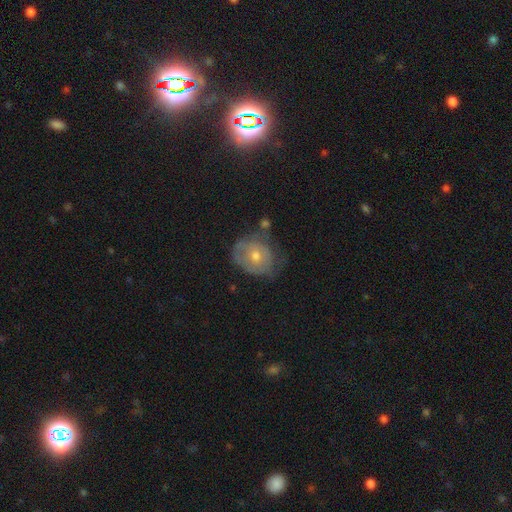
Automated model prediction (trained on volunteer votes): Smooth or featured? Predicted: featured or disk (p=0.53). Edge-on disk? Predicted: no (p=0.96). Bar? Predicted: no (p=0.78). Spiral arms? Predicted: yes (p=0.53). Bulge size? Predicted: moderate (p=0.61). Merging? Predicted: none (p=0.53).